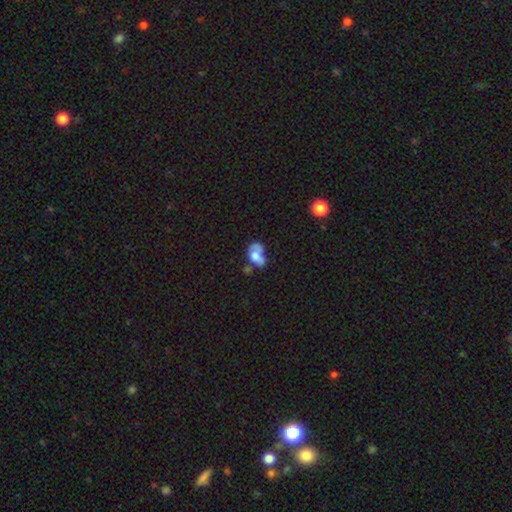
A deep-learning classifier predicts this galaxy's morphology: Overall: smooth (58%; featured or disk 31%). How rounded: in between (76%). Merging: merger (31%; major disturbance 29%).